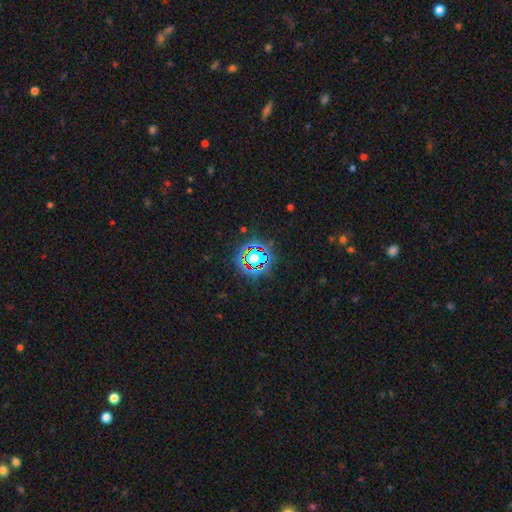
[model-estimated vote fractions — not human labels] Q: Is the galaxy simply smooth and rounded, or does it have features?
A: star or artifact — 64%.